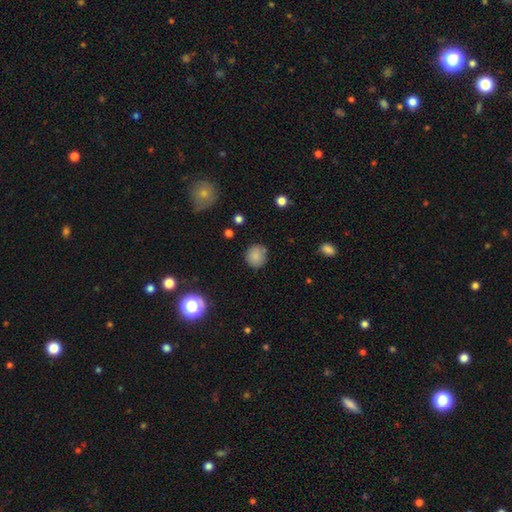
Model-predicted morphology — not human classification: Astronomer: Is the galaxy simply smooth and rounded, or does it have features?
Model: smooth — 84%.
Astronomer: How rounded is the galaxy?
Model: round — 87%.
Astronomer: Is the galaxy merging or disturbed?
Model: none — 83%.